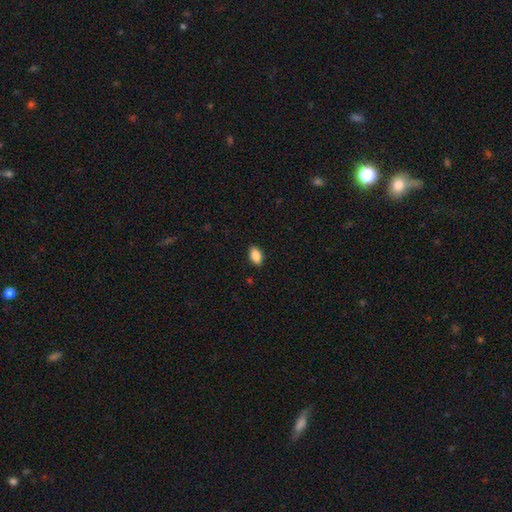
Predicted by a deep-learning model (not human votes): Smooth or featured? smooth (88%)
How rounded? in between (90%)
Merging? none (89%)